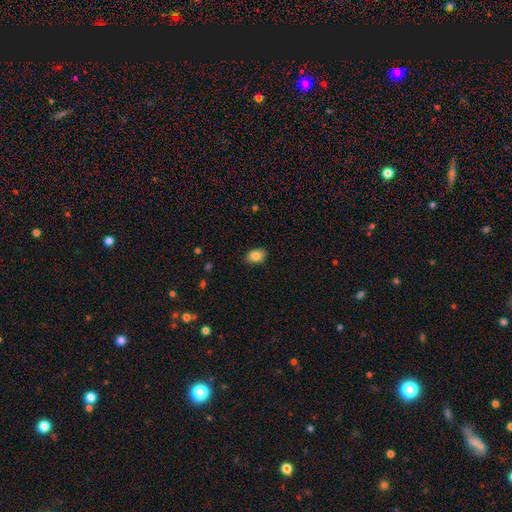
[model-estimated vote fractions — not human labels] smooth 86%, star or artifact 8%, featured or disk 5%. Down the decision tree: how rounded — in between (78%); merging — none (86%).